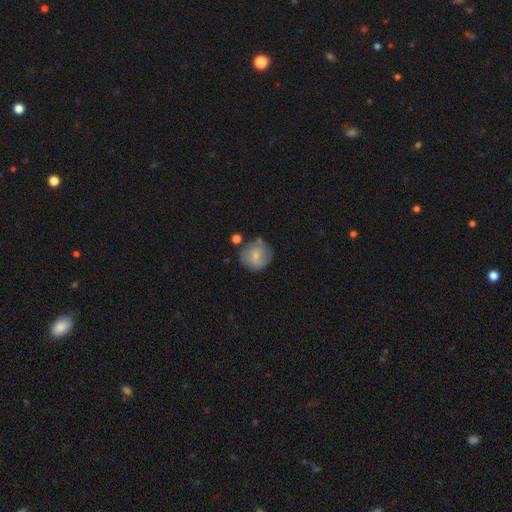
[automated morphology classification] smooth 69%, featured or disk 23%, star or artifact 8%. Down the decision tree: how rounded — round (88%); merging — none (64%).